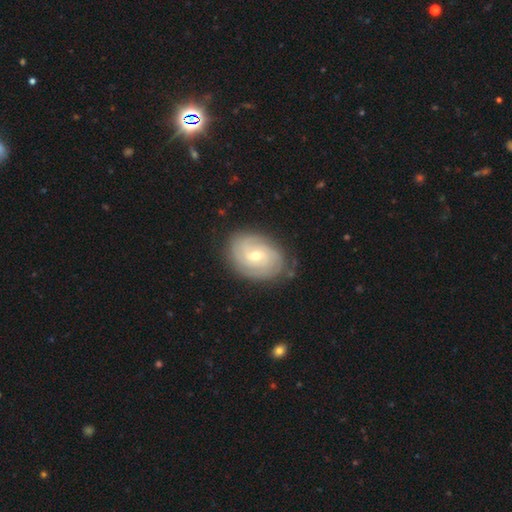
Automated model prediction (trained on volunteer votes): smooth_or_featured: featured or disk (p=0.79) [alt: smooth p=0.15]
disk_edge_on: no (p=0.96) [alt: yes p=0.04]
bar: weak (p=0.47) [alt: no p=0.44]
has_spiral_arms: yes (p=0.94) [alt: no p=0.06]
spiral_winding: tight (p=0.72) [alt: medium p=0.23]
spiral_arm_count: can't tell (p=0.34) [alt: 2 p=0.27]
bulge_size: moderate (p=0.51) [alt: small p=0.46]
merging: none (p=0.79) [alt: minor disturbance p=0.15]